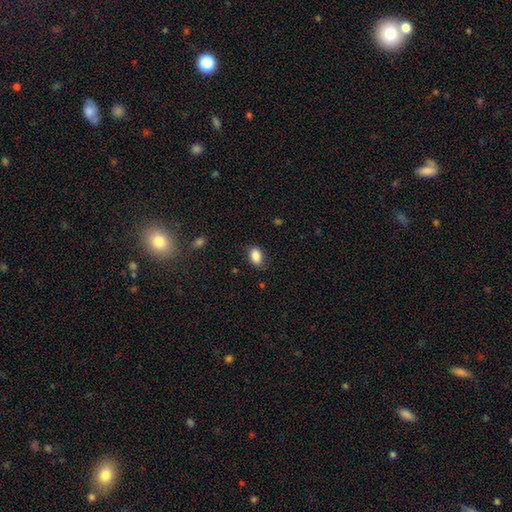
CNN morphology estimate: The model was most divided on "merging": none: 83%, minor disturbance: 13%, major disturbance: 3%, merger: 1%. More confident: smooth or featured — smooth (88%); how rounded — in between (87%).